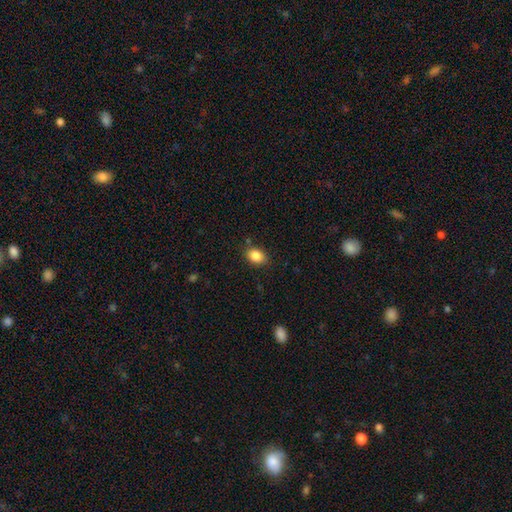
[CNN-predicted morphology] The model was most divided on "how rounded": in between: 76%, round: 23%, cigar-shaped: 1%. More confident: smooth or featured — smooth (86%); merging — none (82%).